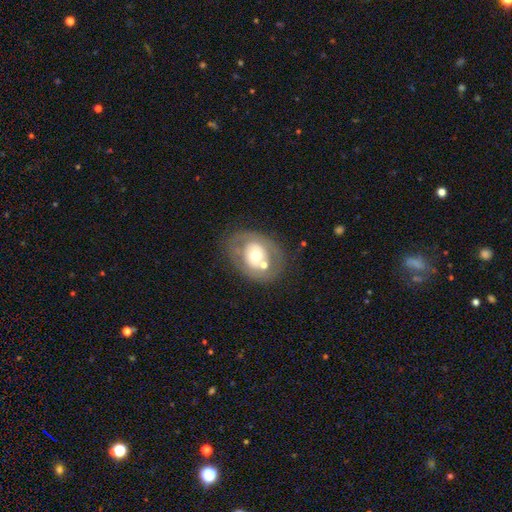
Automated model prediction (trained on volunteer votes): Morphology: type=featured or disk (52%); edge-on=no (93%); merging=none (59%).